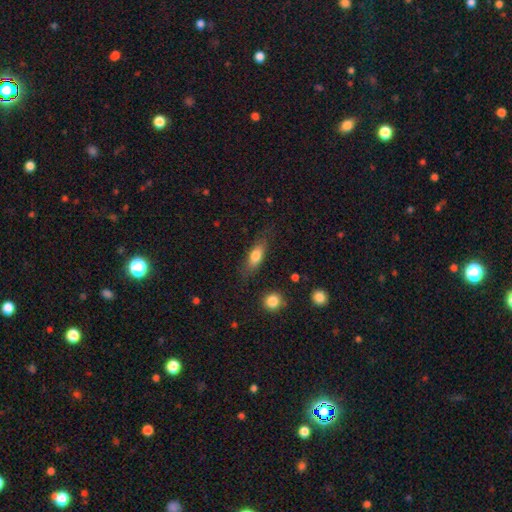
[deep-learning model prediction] Morphology: type=smooth (74%); roundness=in between (68%); merging=none (74%).